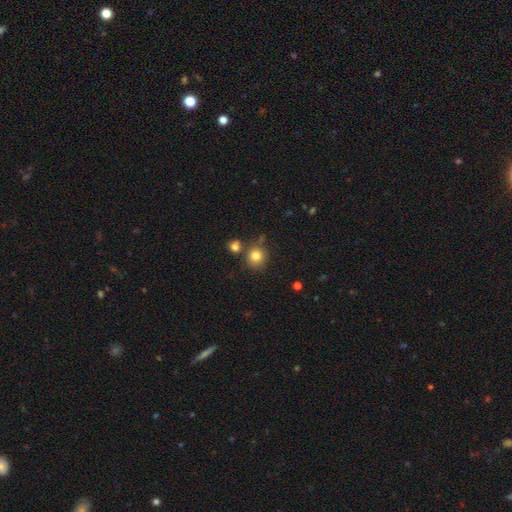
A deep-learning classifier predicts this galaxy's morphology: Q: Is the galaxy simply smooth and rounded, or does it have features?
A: smooth — 81%.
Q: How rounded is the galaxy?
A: round — 90%.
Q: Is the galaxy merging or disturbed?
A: none — 74%.